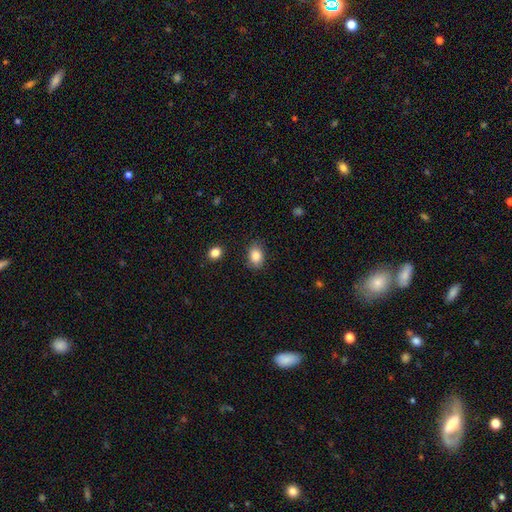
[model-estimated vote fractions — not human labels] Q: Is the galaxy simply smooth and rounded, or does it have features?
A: smooth — 85%.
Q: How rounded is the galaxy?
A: in between — 72%.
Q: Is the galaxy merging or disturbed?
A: none — 82%.